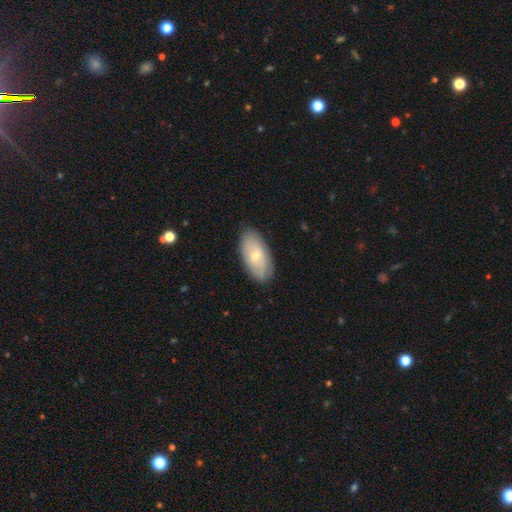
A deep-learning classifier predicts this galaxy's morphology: Smooth or featured?
  - smooth: 61% *
  - featured or disk: 33%
  - star or artifact: 6%
How rounded?
  - in between: 93% *
  - cigar-shaped: 4%
  - round: 3%
Merging?
  - none: 82% *
  - minor disturbance: 14%
  - major disturbance: 3%
  - merger: 1%